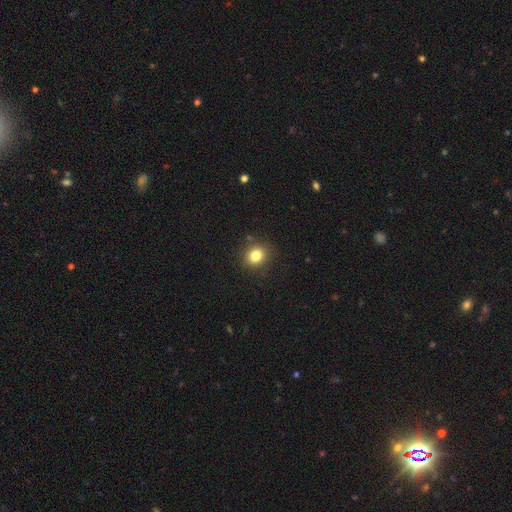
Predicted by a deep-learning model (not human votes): Smooth or featured: smooth — 82% (star or artifact — 12%)
How rounded: round — 73% (in between — 26%)
Merging: none — 87% (minor disturbance — 9%)